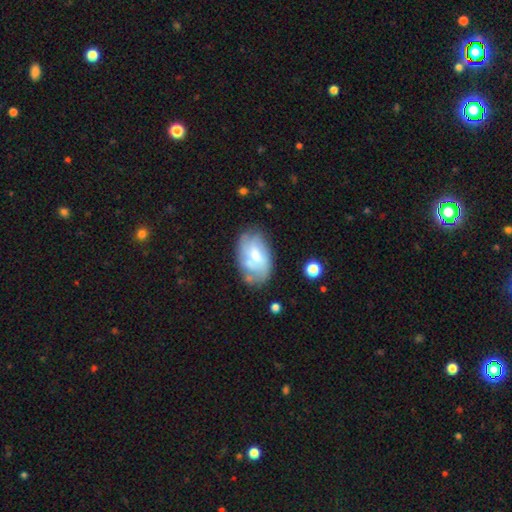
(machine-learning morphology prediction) A featured or disk galaxy (48%).

Vote fractions:
- Smooth or featured? featured or disk: 48% / smooth: 45% / star or artifact: 7%
- Merging? none: 59% / minor disturbance: 26% / major disturbance: 10% / merger: 5%